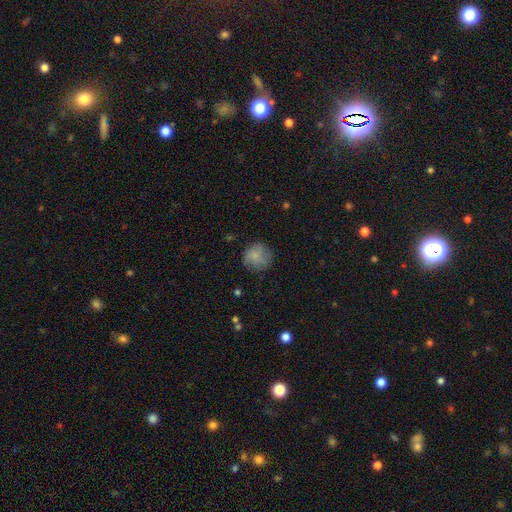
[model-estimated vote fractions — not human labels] Smooth or featured? smooth (78%)
How rounded? round (90%)
Merging? none (76%)